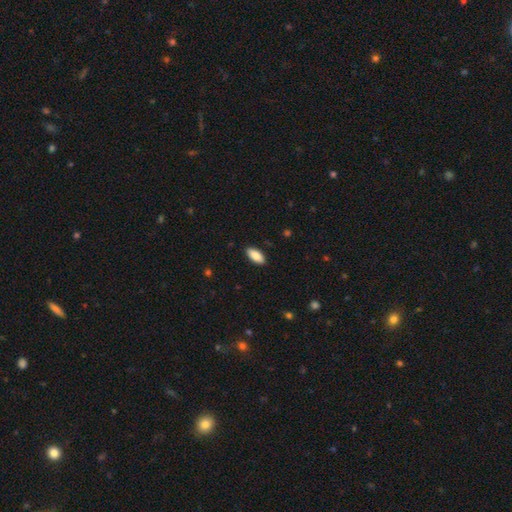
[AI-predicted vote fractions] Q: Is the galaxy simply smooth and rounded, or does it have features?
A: smooth — 87%.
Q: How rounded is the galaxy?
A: in between — 87%.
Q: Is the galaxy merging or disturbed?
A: none — 90%.